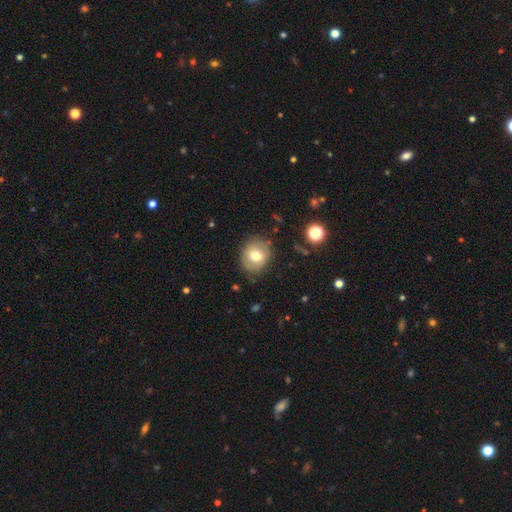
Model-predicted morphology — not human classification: This is likely a smooth galaxy (67%). How rounded: likely round (73%). Merging: likely none (80%).